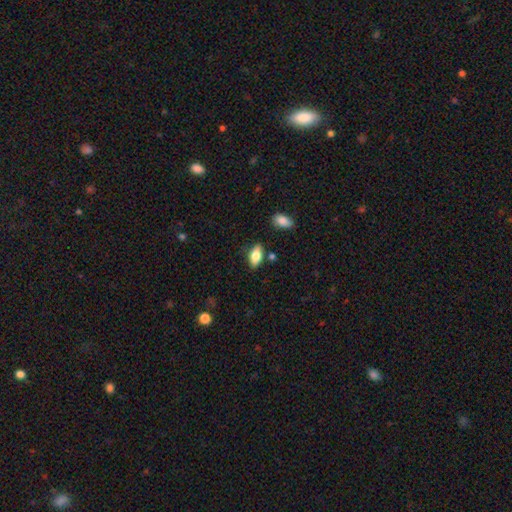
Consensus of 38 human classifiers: Smooth or featured? smooth (71%)
How rounded? in between (93%)
Merging? none (74%)